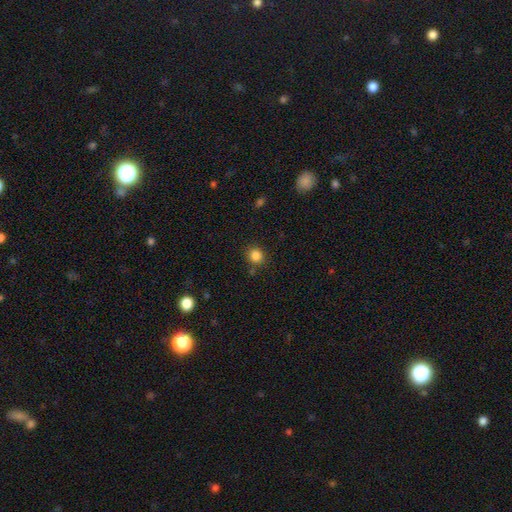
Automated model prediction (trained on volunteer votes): Morphology: type=smooth (84%); roundness=round (77%); merging=none (81%).